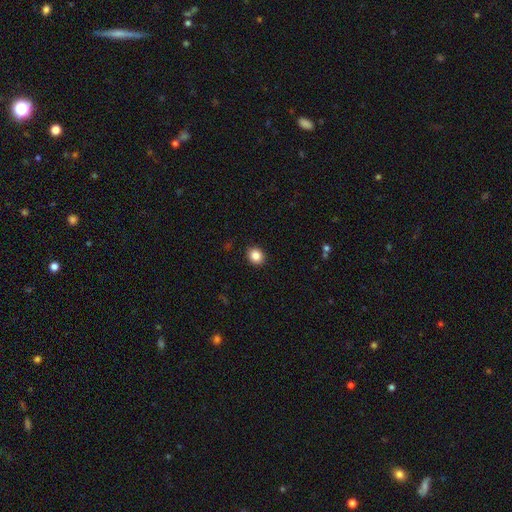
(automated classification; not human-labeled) Overall: smooth (86%). How rounded: round (72%). Merging: none (92%).